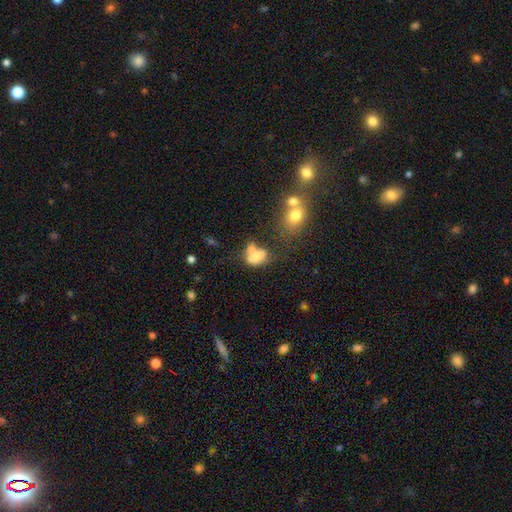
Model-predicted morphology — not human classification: Smooth or featured? Predicted: smooth (p=0.64). How rounded? Predicted: in between (p=0.76). Merging? Predicted: merger (p=0.43).